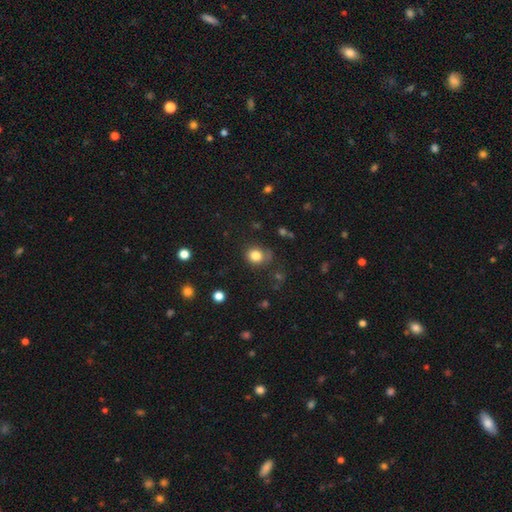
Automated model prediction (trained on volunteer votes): smooth_or_featured: smooth (p=0.82) [alt: star or artifact p=0.12]
how_rounded: round (p=0.77) [alt: in between p=0.22]
merging: none (p=0.71) [alt: minor disturbance p=0.19]